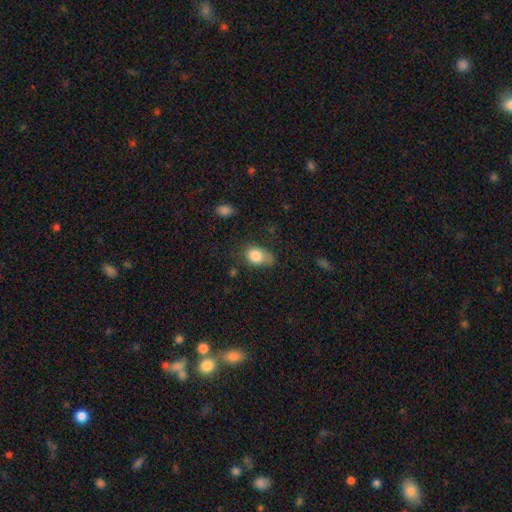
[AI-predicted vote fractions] Q: Smooth or featured?
A: smooth (82%); runner-up: featured or disk (9%)
Q: How rounded?
A: in between (70%); runner-up: round (29%)
Q: Merging?
A: none (43%); runner-up: minor disturbance (38%)